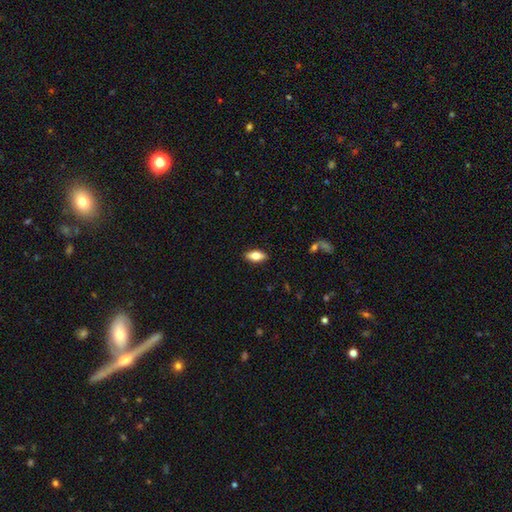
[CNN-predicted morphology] The model was most divided on "smooth or featured": smooth: 70%, featured or disk: 23%, star or artifact: 7%. More confident: merging — none (88%); how rounded — in between (81%).